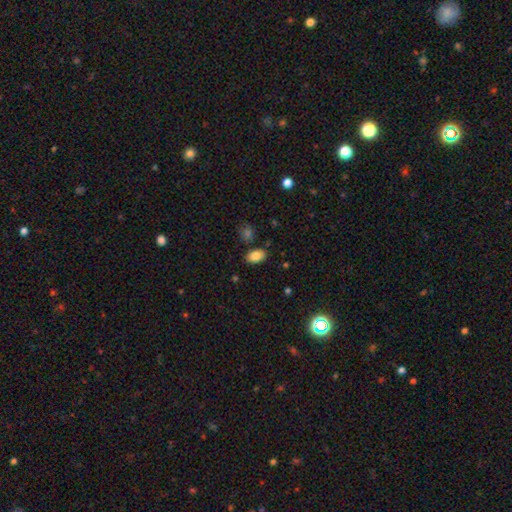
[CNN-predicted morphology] Smooth or featured? Predicted: smooth (p=0.84). How rounded? Predicted: in between (p=0.90). Merging? Predicted: none (p=0.83).